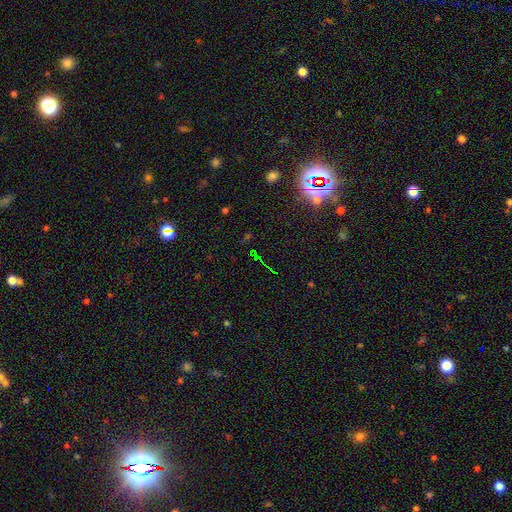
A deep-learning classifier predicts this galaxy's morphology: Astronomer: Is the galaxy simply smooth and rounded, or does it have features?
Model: star or artifact — 75%.